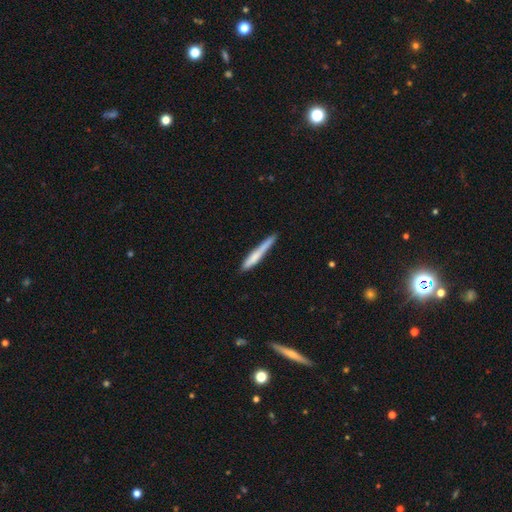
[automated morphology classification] Smooth or featured? Predicted: smooth (p=0.67). How rounded? Predicted: cigar-shaped (p=0.96). Merging? Predicted: none (p=0.72).